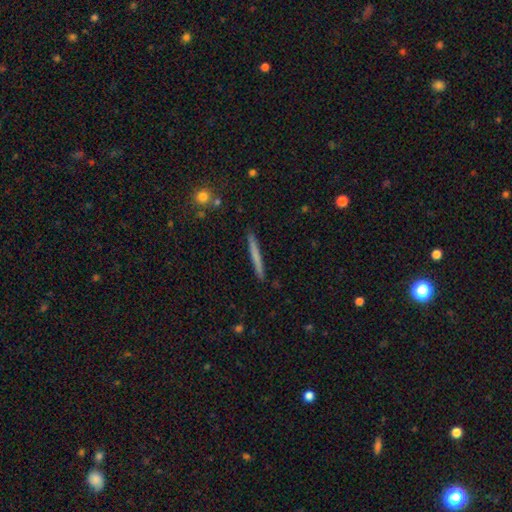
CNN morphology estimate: Smooth or featured? Predicted: smooth (p=0.61). How rounded? Predicted: cigar-shaped (p=0.97). Merging? Predicted: none (p=0.91).